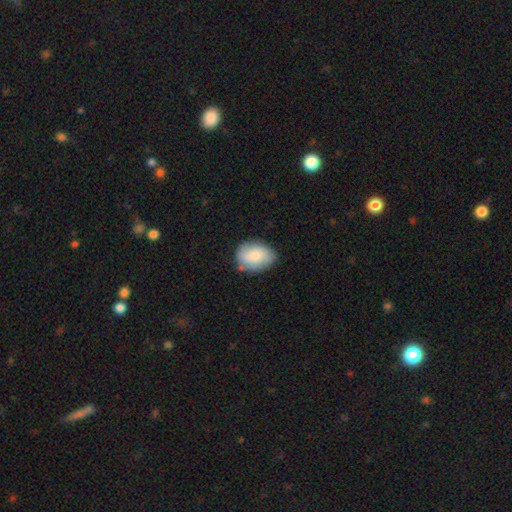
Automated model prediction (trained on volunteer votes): Smooth or featured? smooth (72%)
How rounded? in between (74%)
Merging? none (72%)